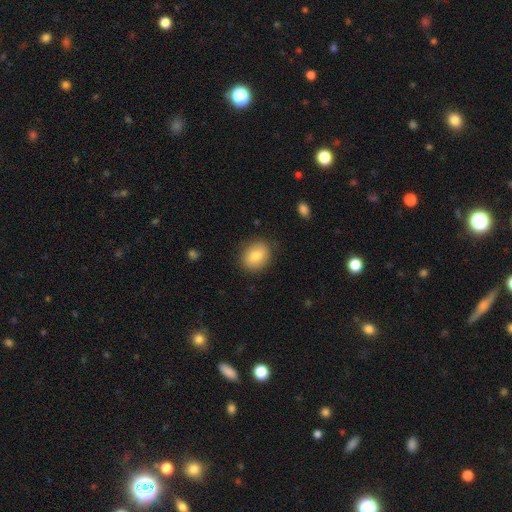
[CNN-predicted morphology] This appears to be a smooth galaxy with no disk features (80%) that is round (54%). Merging: none (85%).